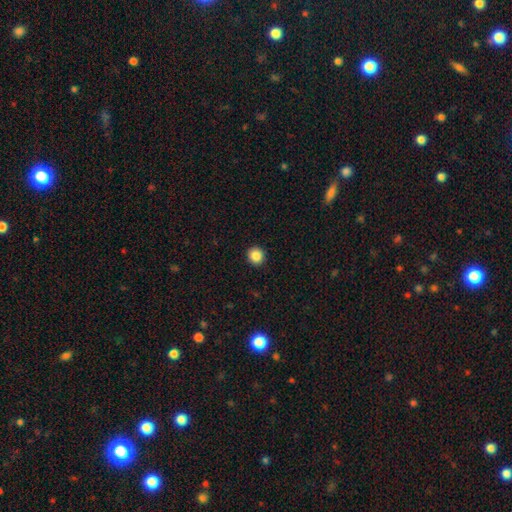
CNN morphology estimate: Smooth or featured? Predicted: smooth (p=0.87). How rounded? Predicted: round (p=0.92). Merging? Predicted: none (p=0.93).